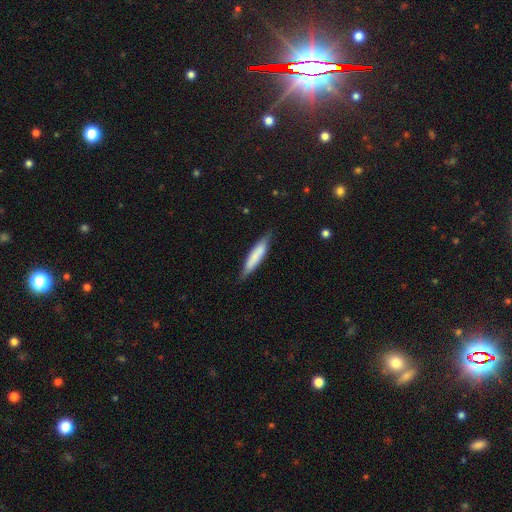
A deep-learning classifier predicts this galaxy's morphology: Overall: smooth (72%). How rounded: cigar-shaped (83%). Merging: none (79%).